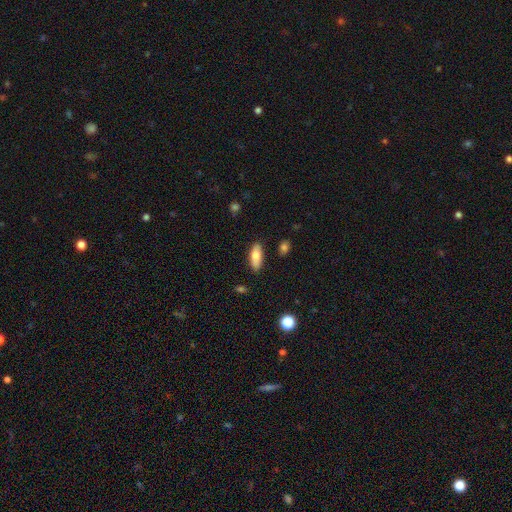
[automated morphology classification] Q: Smooth or featured?
A: smooth (76%); runner-up: featured or disk (17%)
Q: How rounded?
A: in between (74%); runner-up: cigar-shaped (23%)
Q: Merging?
A: none (85%); runner-up: minor disturbance (11%)